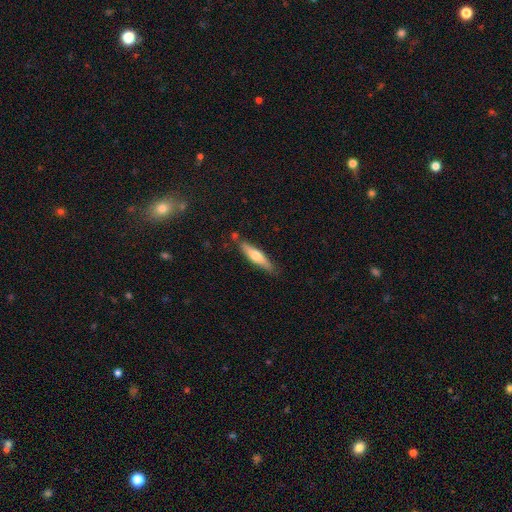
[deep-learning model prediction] Smooth or featured? Predicted: smooth (p=0.60). How rounded? Predicted: cigar-shaped (p=0.75). Merging? Predicted: none (p=0.77).